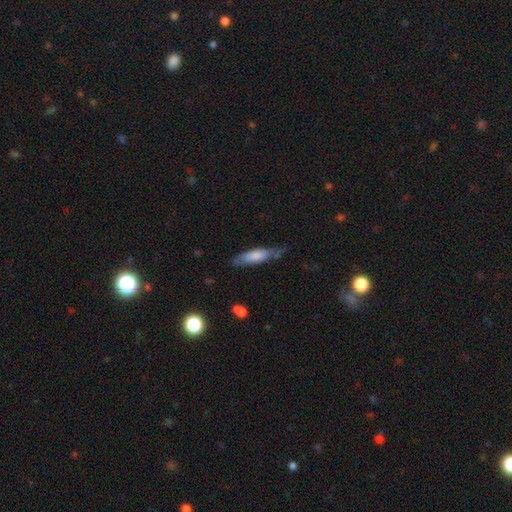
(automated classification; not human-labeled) Smooth or featured: smooth — 68% (featured or disk — 27%)
How rounded: cigar-shaped — 59% (in between — 40%)
Merging: none — 58% (minor disturbance — 30%)